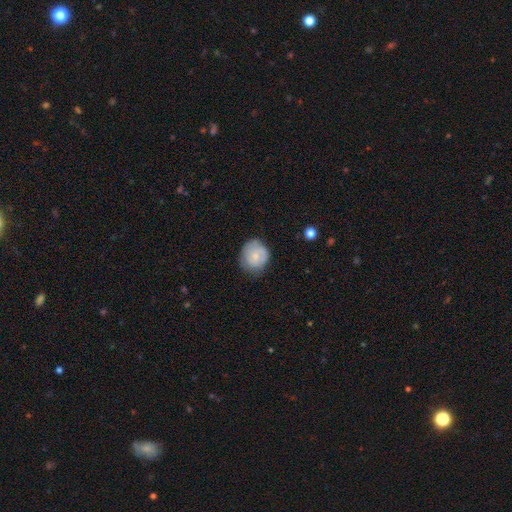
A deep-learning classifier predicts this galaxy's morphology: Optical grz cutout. It shows a smooth galaxy with no disk features (59%) that is round (75%). Merging: none (62%).